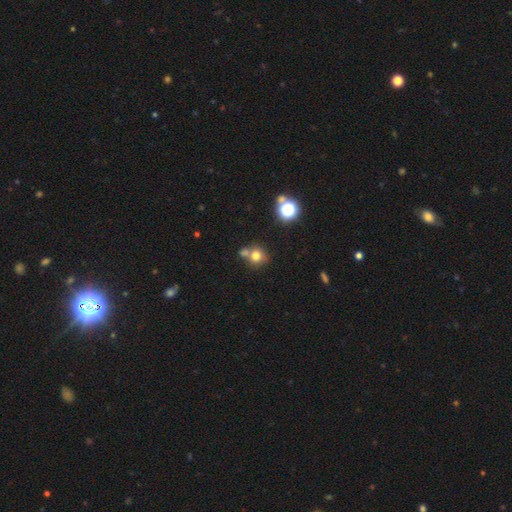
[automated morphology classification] Smooth or featured? Predicted: smooth (p=0.74). How rounded? Predicted: round (p=0.86). Merging? Predicted: none (p=0.54).